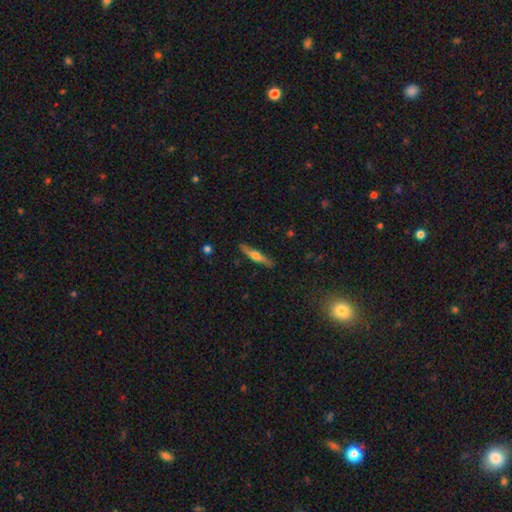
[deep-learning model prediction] This is possibly a featured or disk galaxy (59%). It is clearly viewed edge-on (95%). Edge-on bulge: clearly rounded (87%). Merging: clearly none (87%).